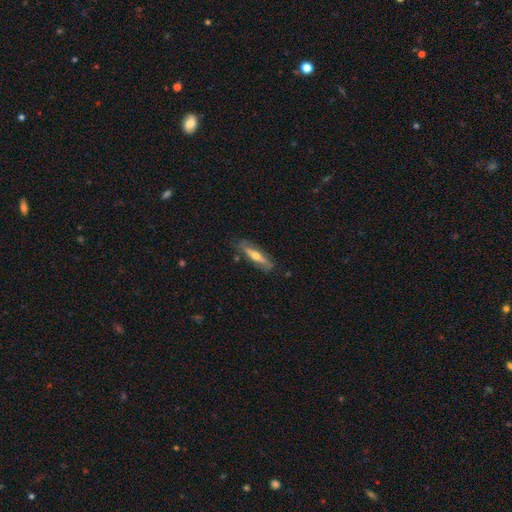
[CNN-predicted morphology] Smooth or featured: featured or disk — 56% (smooth — 38%)
Edge-on disk: yes — 77% (no — 23%)
Merging: none — 79% (minor disturbance — 16%)